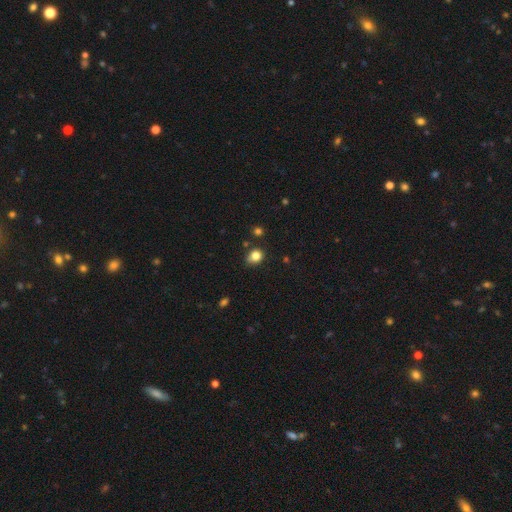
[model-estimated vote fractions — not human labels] This is clearly a smooth galaxy (83%). How rounded: likely round (65%). Merging: likely none (73%).